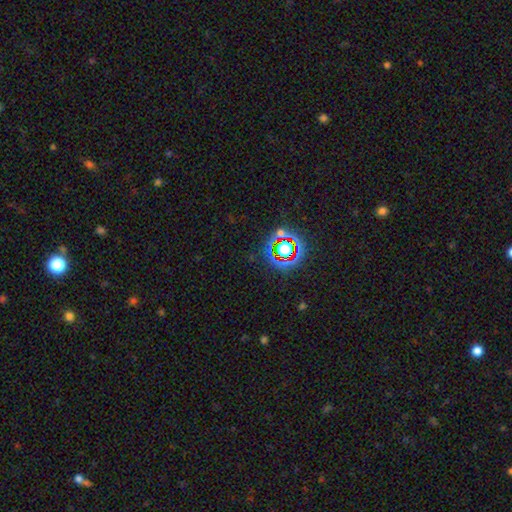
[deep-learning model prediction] Q: Smooth or featured?
A: star or artifact (77%); runner-up: smooth (14%)